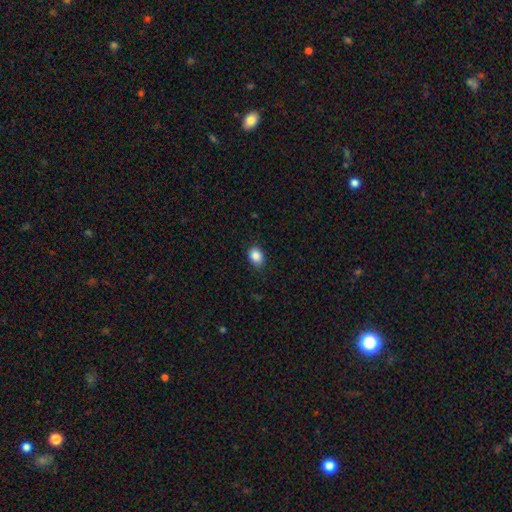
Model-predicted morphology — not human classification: Q: Smooth or featured?
A: smooth (87%); runner-up: star or artifact (9%)
Q: How rounded?
A: in between (66%); runner-up: round (33%)
Q: Merging?
A: none (87%); runner-up: minor disturbance (10%)